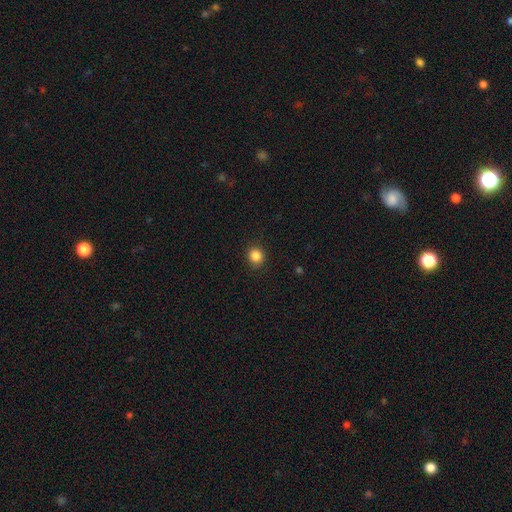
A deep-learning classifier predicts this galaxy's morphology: The model was most divided on "how rounded": round: 83%, in between: 16%, cigar-shaped: 1%. More confident: merging — none (90%); smooth or featured — smooth (86%).